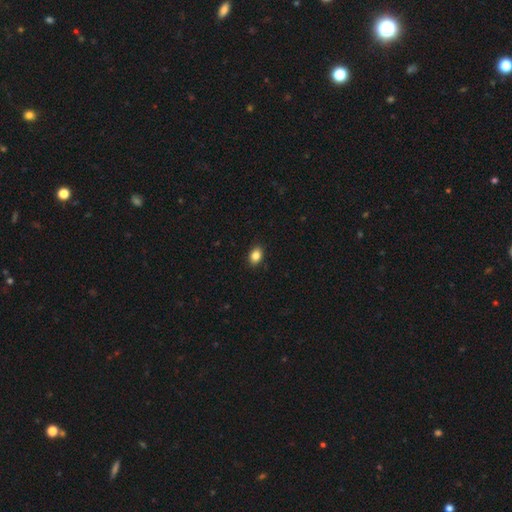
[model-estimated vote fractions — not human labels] smooth_or_featured: smooth (p=0.85) [alt: star or artifact p=0.09]
how_rounded: in between (p=0.75) [alt: round p=0.24]
merging: none (p=0.89) [alt: minor disturbance p=0.08]